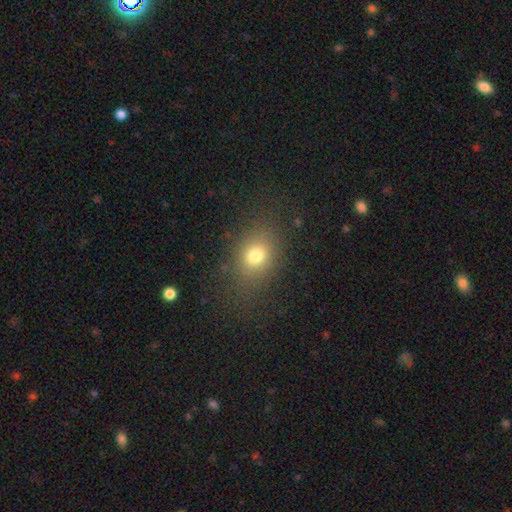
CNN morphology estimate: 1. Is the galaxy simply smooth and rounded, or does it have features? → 76% smooth, 14% star or artifact, 10% featured or disk.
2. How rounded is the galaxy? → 56% in between, 43% round, 2% cigar-shaped.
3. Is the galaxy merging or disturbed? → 79% none, 12% minor disturbance, 7% major disturbance, 2% merger.